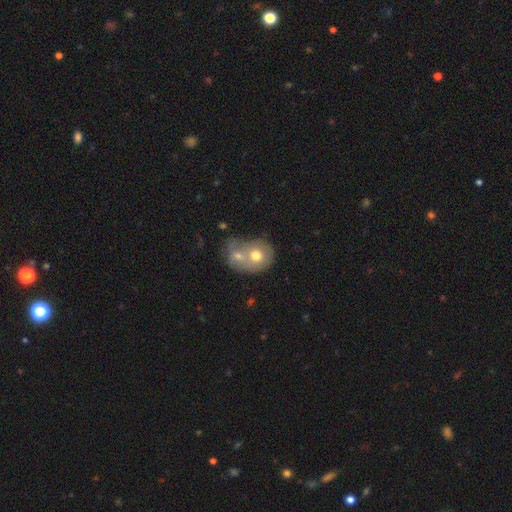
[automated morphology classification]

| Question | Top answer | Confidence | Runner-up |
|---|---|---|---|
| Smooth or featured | smooth | 63% | featured or disk (29%) |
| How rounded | round | 63% | in between (36%) |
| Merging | merger | 72% | none (17%) |